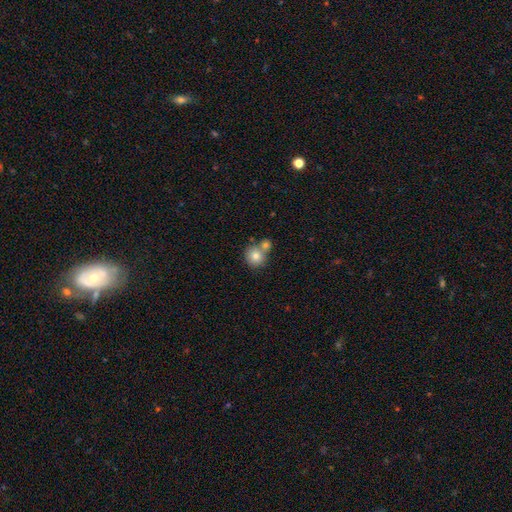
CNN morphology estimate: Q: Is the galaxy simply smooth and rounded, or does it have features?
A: smooth — 79%.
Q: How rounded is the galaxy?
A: round — 87%.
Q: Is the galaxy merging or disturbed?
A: none — 49%.